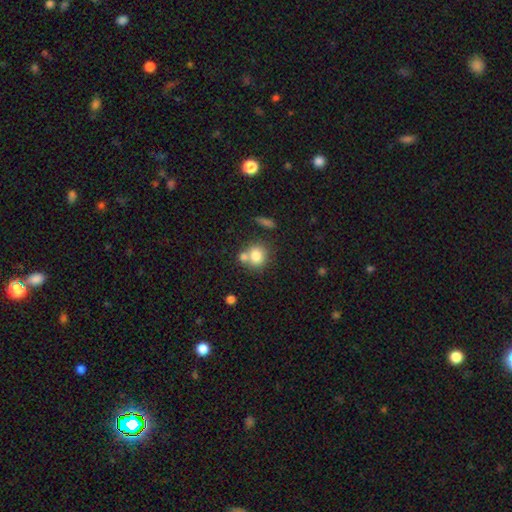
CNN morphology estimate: smooth_or_featured: smooth (p=0.79) [alt: featured or disk p=0.11]
how_rounded: round (p=0.78) [alt: in between p=0.21]
merging: none (p=0.50) [alt: merger p=0.36]